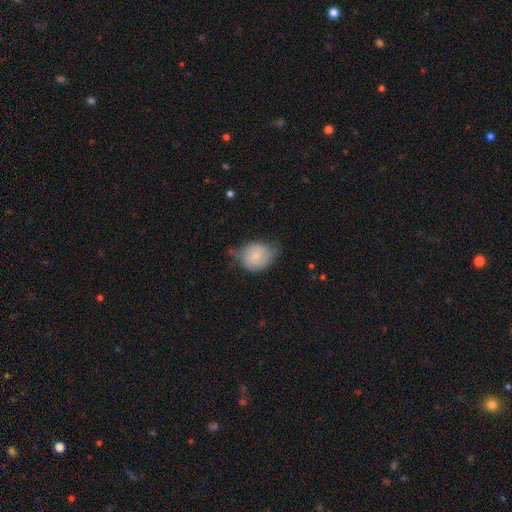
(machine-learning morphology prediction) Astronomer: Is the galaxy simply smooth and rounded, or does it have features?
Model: smooth — 68%.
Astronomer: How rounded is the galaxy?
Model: round — 63%.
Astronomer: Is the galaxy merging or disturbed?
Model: none — 48% (runner-up: minor disturbance, 38%).